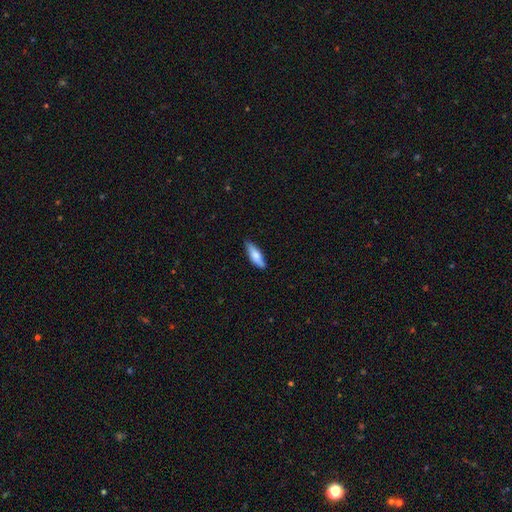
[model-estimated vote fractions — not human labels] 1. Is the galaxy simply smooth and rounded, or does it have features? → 71% smooth, 23% featured or disk, 6% star or artifact.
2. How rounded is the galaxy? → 52% in between, 46% cigar-shaped, 2% round.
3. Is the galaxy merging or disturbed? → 76% none, 19% minor disturbance, 3% major disturbance, 2% merger.